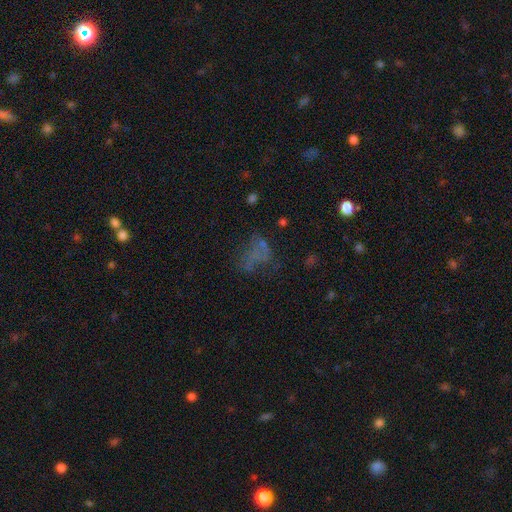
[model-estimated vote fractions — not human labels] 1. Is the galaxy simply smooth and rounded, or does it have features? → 35% smooth, 34% featured or disk, 30% star or artifact.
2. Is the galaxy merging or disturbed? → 39% none, 34% major disturbance, 18% minor disturbance, 9% merger.